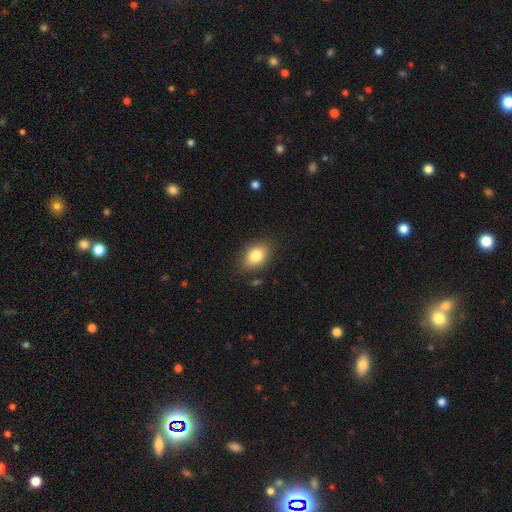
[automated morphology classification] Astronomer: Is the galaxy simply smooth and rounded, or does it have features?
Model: smooth — 82%.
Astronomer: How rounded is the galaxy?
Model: in between — 81%.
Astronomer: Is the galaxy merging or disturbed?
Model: none — 84%.